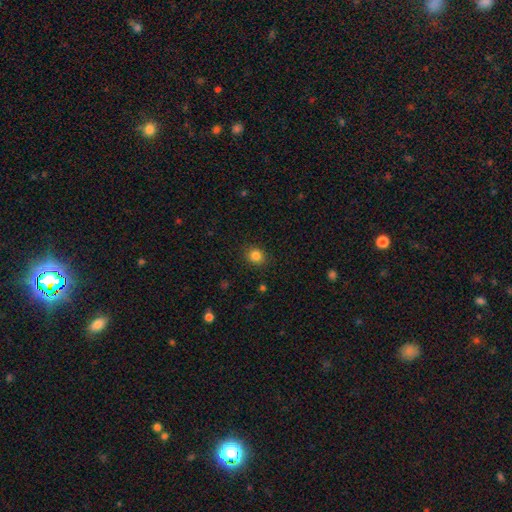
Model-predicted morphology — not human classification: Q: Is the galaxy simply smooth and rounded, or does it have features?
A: smooth — 84%.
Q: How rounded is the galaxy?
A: round — 74%.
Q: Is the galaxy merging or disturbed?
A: none — 89%.